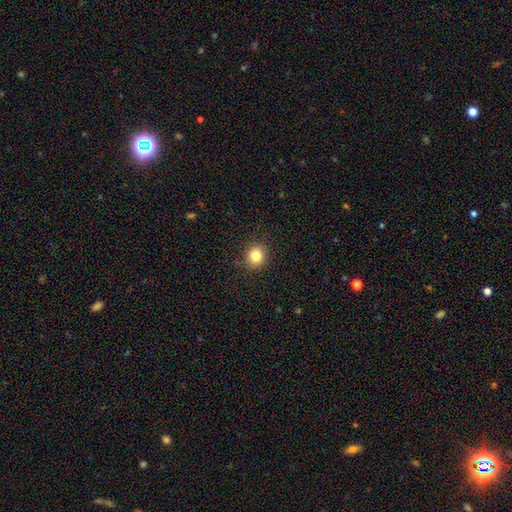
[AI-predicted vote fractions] A smooth galaxy with no disk features (82%) that is round (84%).

Vote fractions:
- Smooth or featured? smooth: 82% / star or artifact: 12% / featured or disk: 6%
- How rounded? round: 84% / in between: 15% / cigar-shaped: 1%
- Merging? none: 88% / minor disturbance: 9% / major disturbance: 2% / merger: 1%